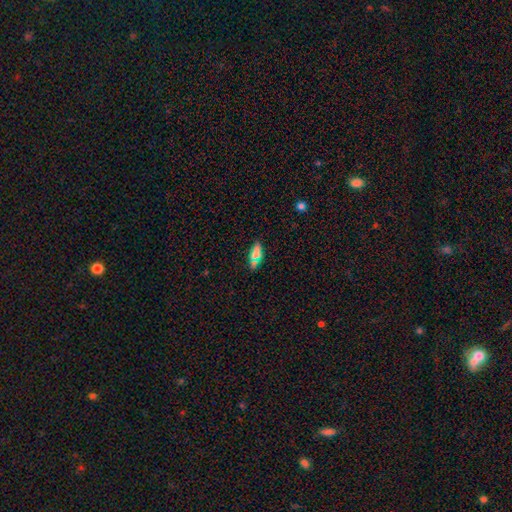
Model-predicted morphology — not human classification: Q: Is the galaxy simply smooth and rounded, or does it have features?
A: smooth — 67%.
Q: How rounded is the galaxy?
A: in between — 65%.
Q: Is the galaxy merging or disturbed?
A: none — 77%.